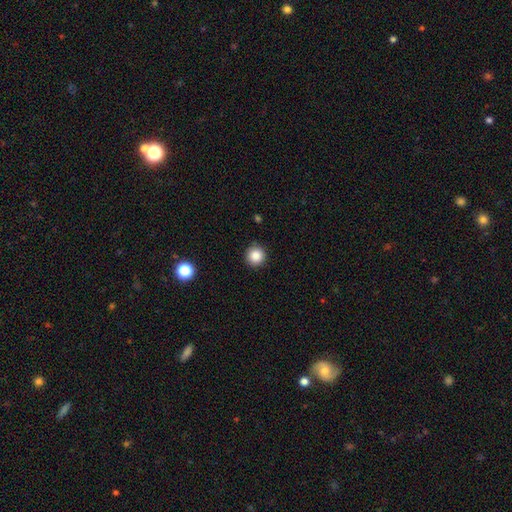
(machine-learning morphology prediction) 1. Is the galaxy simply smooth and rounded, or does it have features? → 86% smooth, 10% star or artifact, 4% featured or disk.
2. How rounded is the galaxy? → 95% round, 4% in between, 1% cigar-shaped.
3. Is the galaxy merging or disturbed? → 91% none, 6% minor disturbance, 2% major disturbance, 1% merger.